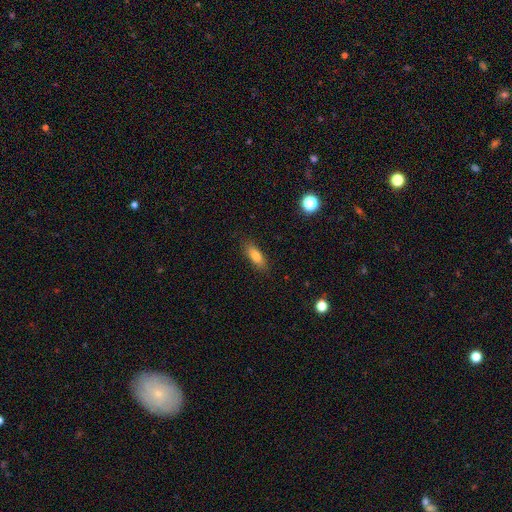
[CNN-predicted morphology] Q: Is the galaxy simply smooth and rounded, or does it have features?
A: smooth — 81%.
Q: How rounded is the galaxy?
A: in between — 68%.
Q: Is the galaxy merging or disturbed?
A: none — 84%.